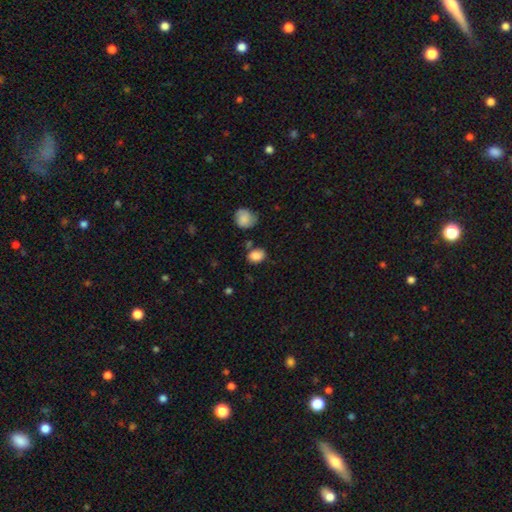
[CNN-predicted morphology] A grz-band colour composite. It shows a smooth galaxy with no disk features (84%) that is in between round and cigar-shaped (68%). Merging: none (68%).